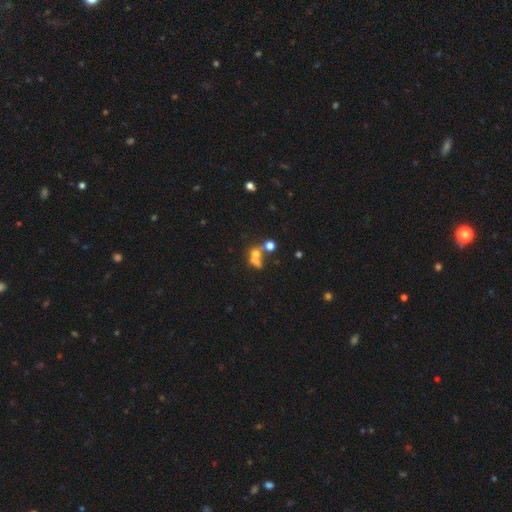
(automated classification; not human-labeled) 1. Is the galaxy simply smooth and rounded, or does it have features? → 55% smooth, 24% featured or disk, 21% star or artifact.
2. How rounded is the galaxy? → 62% round, 34% in between, 4% cigar-shaped.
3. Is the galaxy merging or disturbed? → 50% merger, 28% none, 13% major disturbance, 9% minor disturbance.